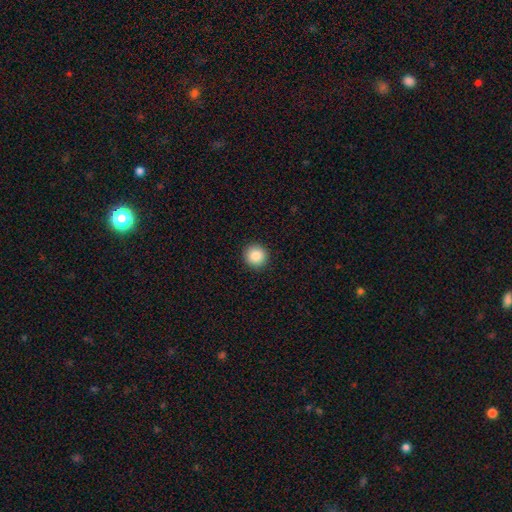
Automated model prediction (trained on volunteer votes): A smooth galaxy with no disk features (87%) that is round (95%).

Vote fractions:
- Smooth or featured? smooth: 87% / star or artifact: 9% / featured or disk: 4%
- How rounded? round: 95% / in between: 4% / cigar-shaped: 1%
- Merging? none: 93% / minor disturbance: 5% / major disturbance: 2% / merger: 1%